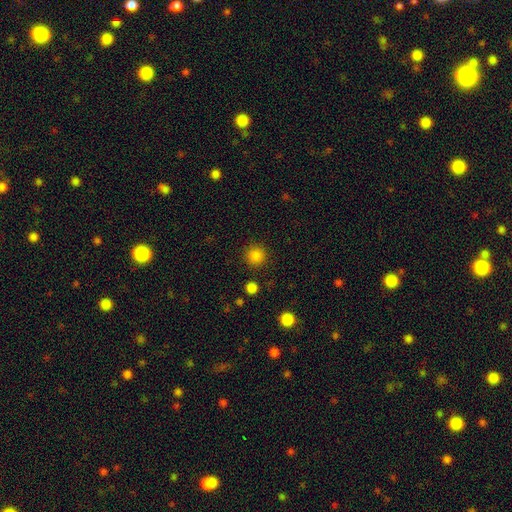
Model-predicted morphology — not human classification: This appears to be a smooth galaxy with no disk features (84%) that is round (94%). Merging: none (90%).